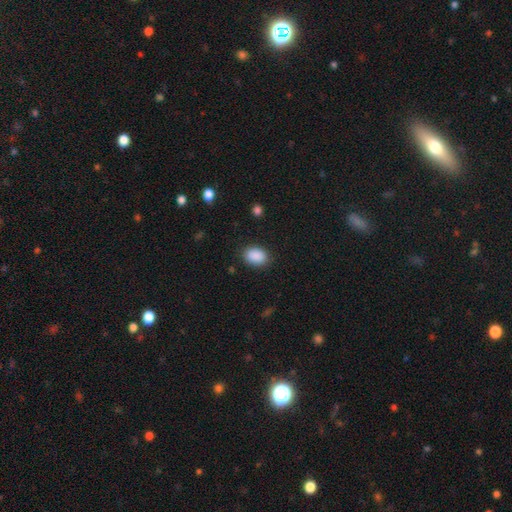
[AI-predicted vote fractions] Smooth or featured? Predicted: smooth (p=0.90). How rounded? Predicted: in between (p=0.76). Merging? Predicted: none (p=0.86).